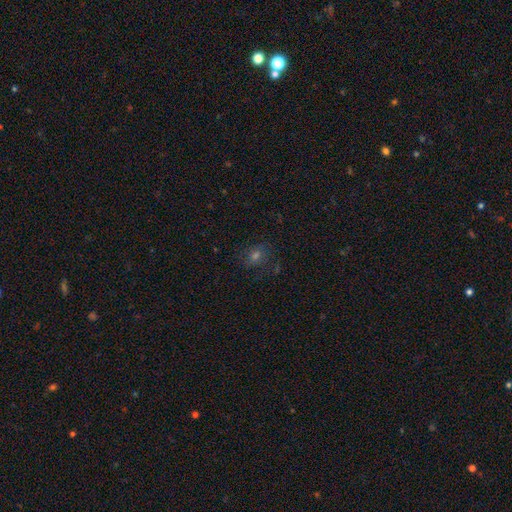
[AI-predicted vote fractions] This appears to be a smooth galaxy with no disk features (45%). Merging: none (75%).